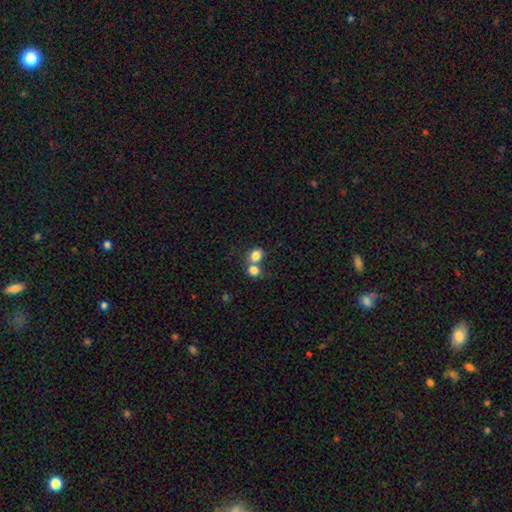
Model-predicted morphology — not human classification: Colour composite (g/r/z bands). It shows a smooth galaxy with no disk features (81%) that is round (63%). Merging: merger (48%).